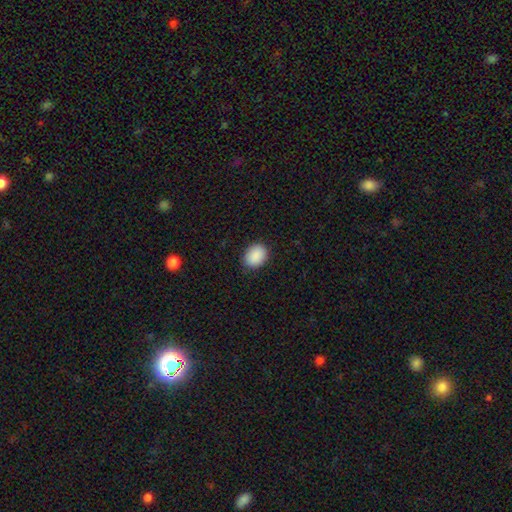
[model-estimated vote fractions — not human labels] Morphology: type=smooth (90%); roundness=in between (67%); merging=none (88%).